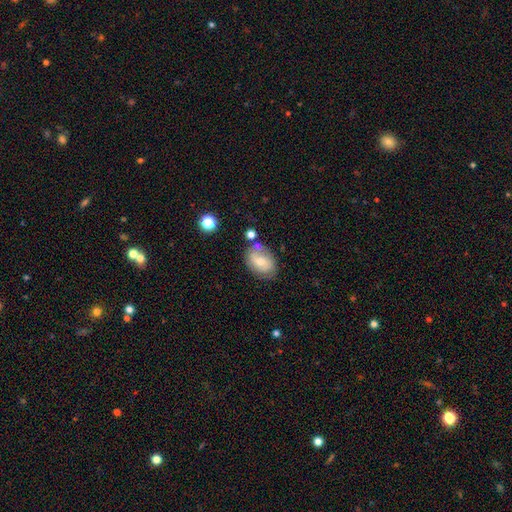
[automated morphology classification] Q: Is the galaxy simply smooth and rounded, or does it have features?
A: smooth — 50%.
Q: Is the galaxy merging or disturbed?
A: none — 65%.